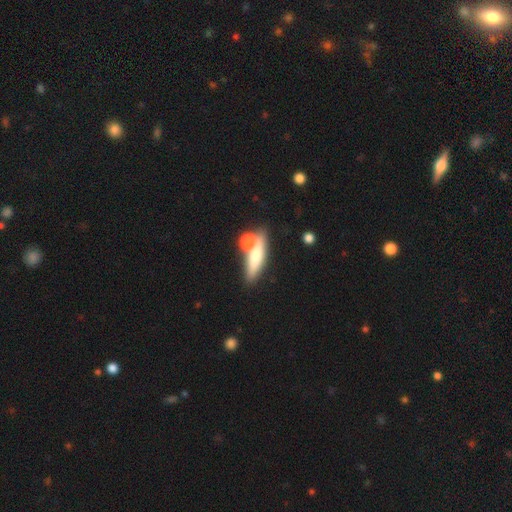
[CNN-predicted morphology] The model was most divided on "how rounded": cigar-shaped: 57%, in between: 34%, round: 10%. More confident: smooth or featured — smooth (61%); merging — none (54%).